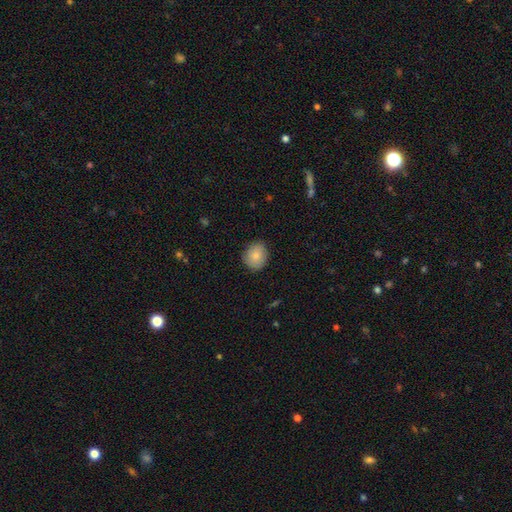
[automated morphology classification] smooth 83%, featured or disk 10%, star or artifact 7%. Down the decision tree: how rounded — round (66%); merging — none (82%).